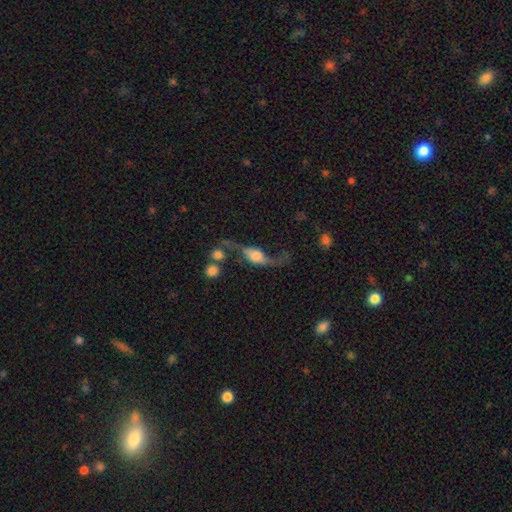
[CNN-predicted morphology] A featured or disk galaxy (73%) with no bar (62%), 2 (90%) loose (93%) spiral arms (89%) and a large central bulge (38%).

Vote fractions:
- Smooth or featured? featured or disk: 73% / smooth: 20% / star or artifact: 7%
- Edge-on disk? no: 79% / yes: 21%
- Bar? no: 62% / weak: 27% / strong: 10%
- Spiral arms? yes: 89% / no: 11%
- Spiral winding? loose: 93% / medium: 5% / tight: 2%
- Spiral arm count? 2: 90% / 1: 5% / can't tell: 2% / 3: 1% / 4: 1% / more than 4: 1%
- Bulge size? large: 38% / moderate: 29% / dominant: 13% / small: 13% / none: 8%
- Merging? none: 38% / major disturbance: 26% / merger: 19% / minor disturbance: 17%